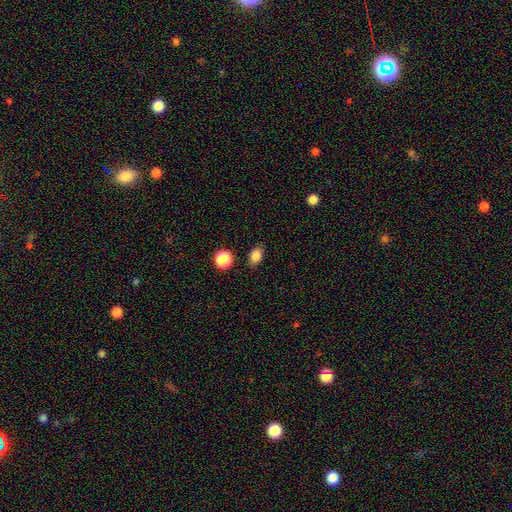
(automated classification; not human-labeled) smooth-or-featured: smooth: 85% | star or artifact: 10% | featured or disk: 5%
  how-rounded: in between: 76% | round: 22% | cigar-shaped: 2%
  merging: none: 84% | minor disturbance: 11% | major disturbance: 3% | merger: 2%